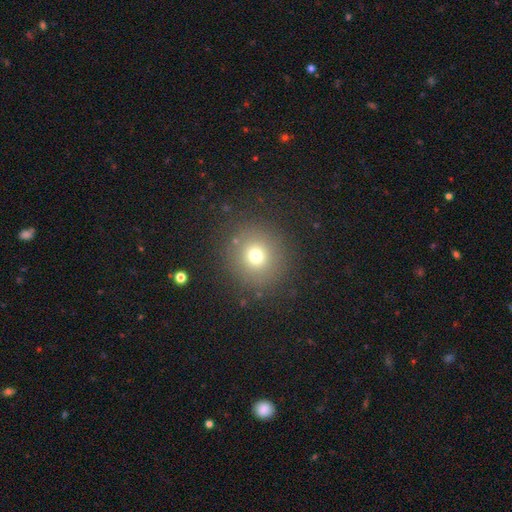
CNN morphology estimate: smooth 70%, star or artifact 18%, featured or disk 12%. Down the decision tree: how rounded — round (94%); merging — none (87%).